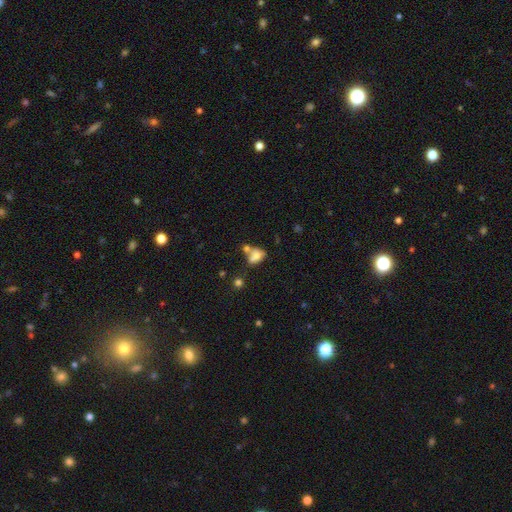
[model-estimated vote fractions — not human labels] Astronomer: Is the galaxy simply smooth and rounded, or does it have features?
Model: smooth — 66%.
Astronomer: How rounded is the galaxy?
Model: in between — 69%.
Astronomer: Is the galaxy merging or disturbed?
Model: merger — 46% (runner-up: none, 27%).